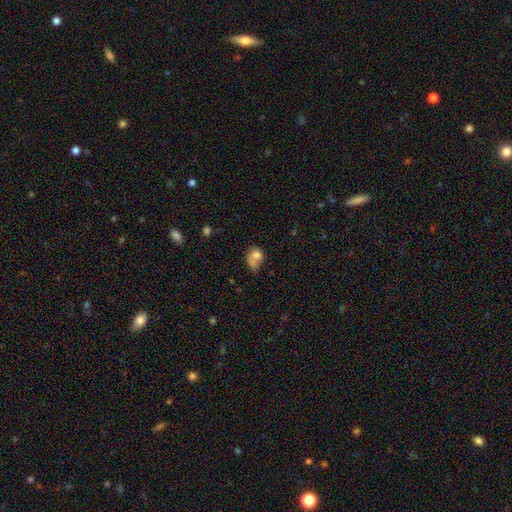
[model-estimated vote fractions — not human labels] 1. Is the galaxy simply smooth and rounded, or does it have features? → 72% smooth, 18% featured or disk, 10% star or artifact.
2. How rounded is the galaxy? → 53% in between, 46% round, 1% cigar-shaped.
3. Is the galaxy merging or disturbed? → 32% merger, 28% none, 23% minor disturbance, 17% major disturbance.